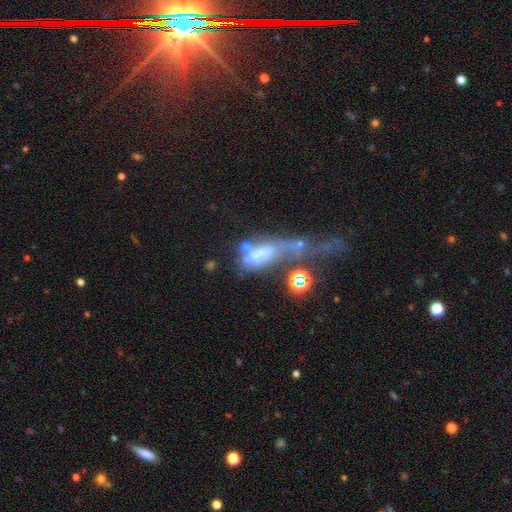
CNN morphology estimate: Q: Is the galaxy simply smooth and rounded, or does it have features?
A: featured or disk — 45%.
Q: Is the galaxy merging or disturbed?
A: major disturbance — 40%.